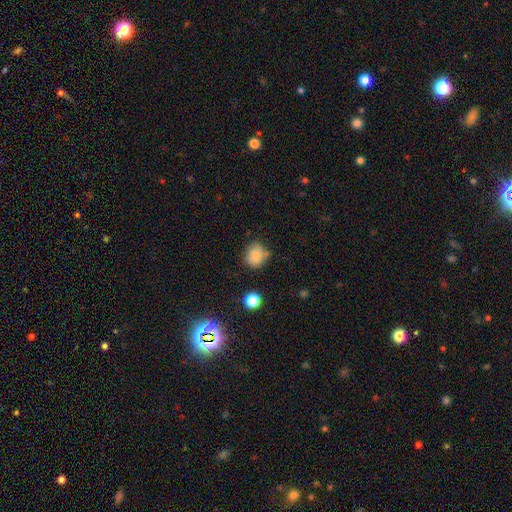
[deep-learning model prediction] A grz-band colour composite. It shows a smooth galaxy with no disk features (81%) that is round (74%). Merging: none (68%).